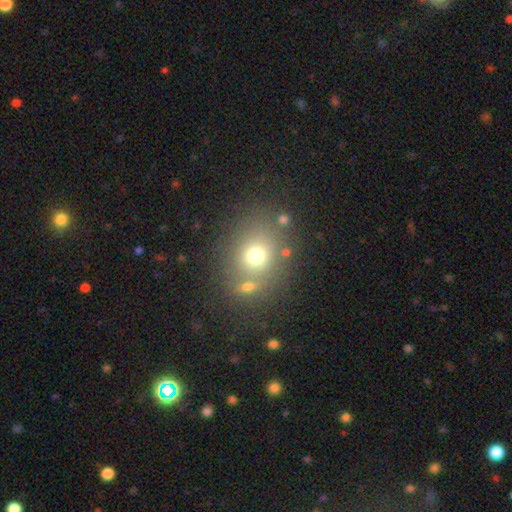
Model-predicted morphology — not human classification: Smooth or featured: smooth — 70% (star or artifact — 16%)
How rounded: round — 68% (in between — 31%)
Merging: none — 67% (merger — 15%)